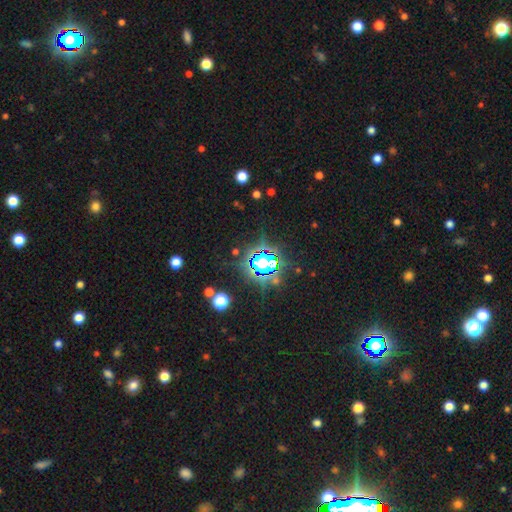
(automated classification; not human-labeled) Smooth or featured: star or artifact — 71% (smooth — 19%)